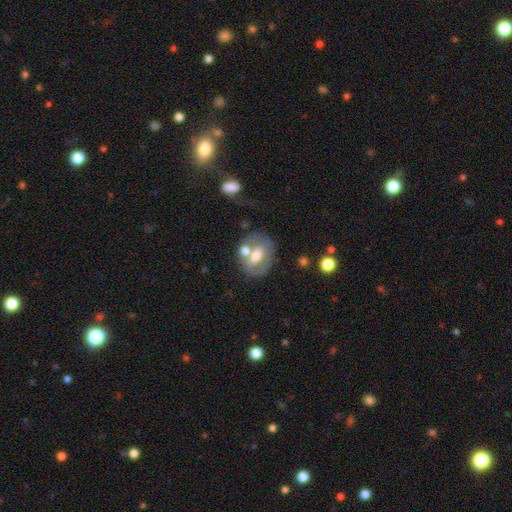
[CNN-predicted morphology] type=smooth (46%, tied with featured or disk); merging=none (47%).